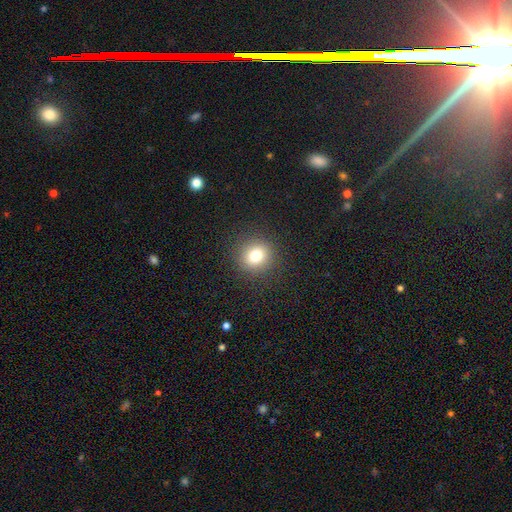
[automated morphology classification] smooth_or_featured: smooth (p=0.79) [alt: star or artifact p=0.13]
how_rounded: round (p=0.87) [alt: in between p=0.12]
merging: none (p=0.90) [alt: minor disturbance p=0.06]